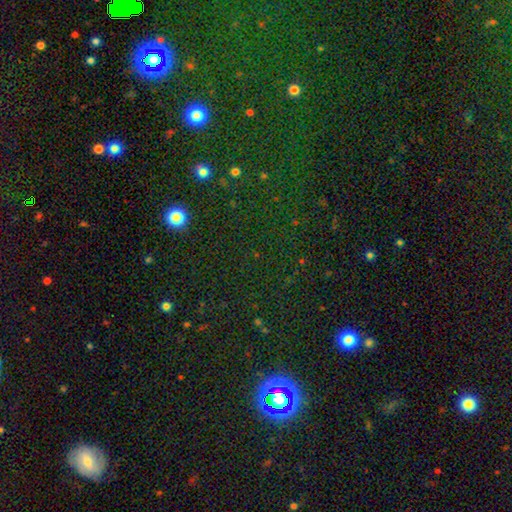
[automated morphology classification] Q: Smooth or featured?
A: star or artifact (73%); runner-up: smooth (18%)